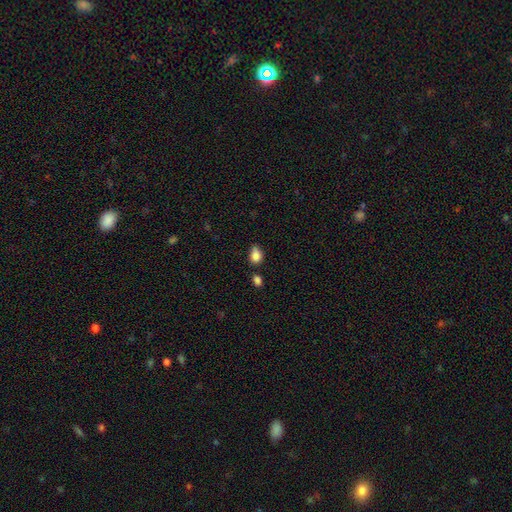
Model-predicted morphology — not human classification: Smooth or featured?
  - smooth: 84% *
  - star or artifact: 10%
  - featured or disk: 6%
How rounded?
  - in between: 62% *
  - round: 36%
  - cigar-shaped: 2%
Merging?
  - none: 50% *
  - minor disturbance: 32%
  - merger: 11%
  - major disturbance: 7%